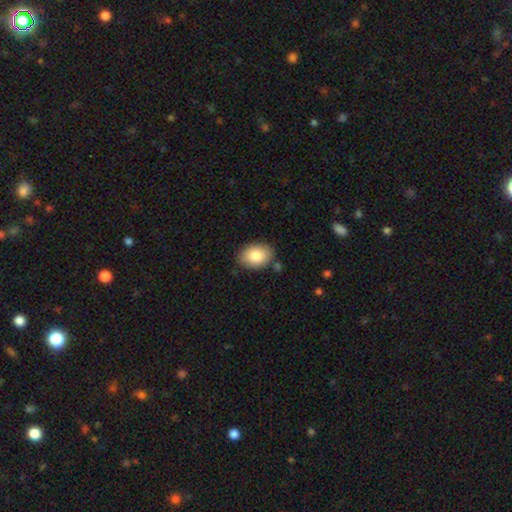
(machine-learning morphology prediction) A smooth galaxy with no disk features (84%) that is in between round and cigar-shaped (79%). Merging: none (83%).